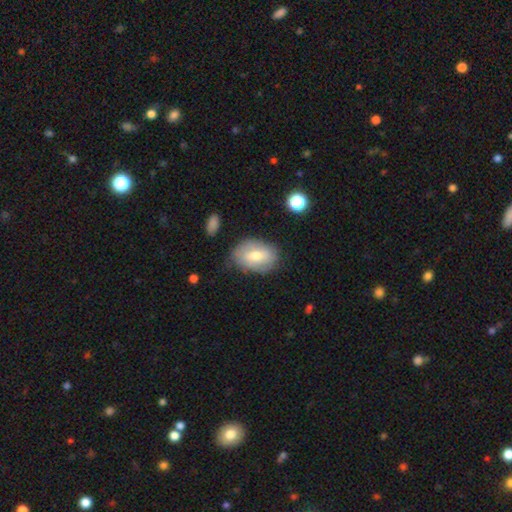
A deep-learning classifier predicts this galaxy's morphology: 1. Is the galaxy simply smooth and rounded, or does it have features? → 52% smooth, 40% featured or disk, 8% star or artifact.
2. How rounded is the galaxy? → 82% in between, 16% round, 1% cigar-shaped.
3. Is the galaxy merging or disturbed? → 68% none, 24% minor disturbance, 6% major disturbance, 2% merger.